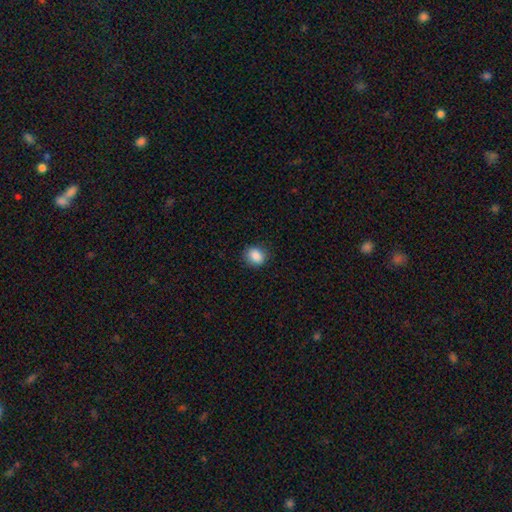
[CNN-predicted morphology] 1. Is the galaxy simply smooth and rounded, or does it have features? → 88% smooth, 9% star or artifact, 4% featured or disk.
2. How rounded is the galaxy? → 66% round, 33% in between, 1% cigar-shaped.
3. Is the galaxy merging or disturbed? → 87% none, 9% minor disturbance, 2% major disturbance, 1% merger.